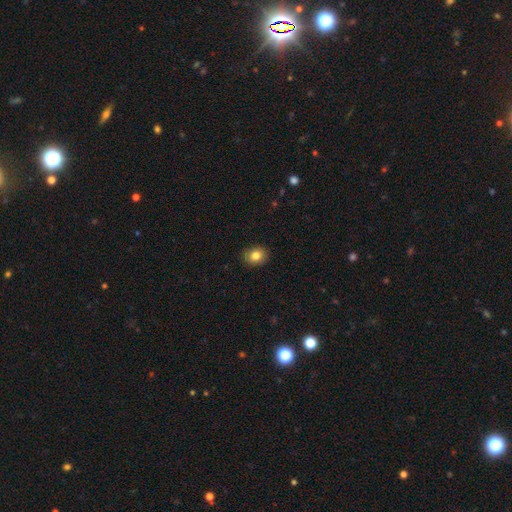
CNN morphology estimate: type=smooth (83%); roundness=round (52%); merging=none (89%).